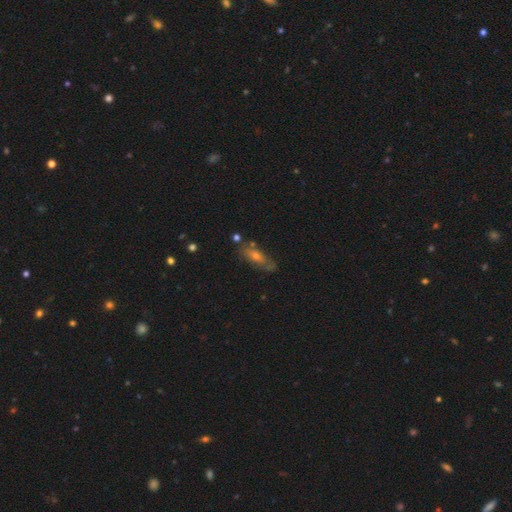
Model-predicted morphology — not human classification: Smooth or featured?
  - featured or disk: 48% *
  - smooth: 39%
  - star or artifact: 13%
Merging?
  - none: 70% *
  - minor disturbance: 19%
  - major disturbance: 6%
  - merger: 5%